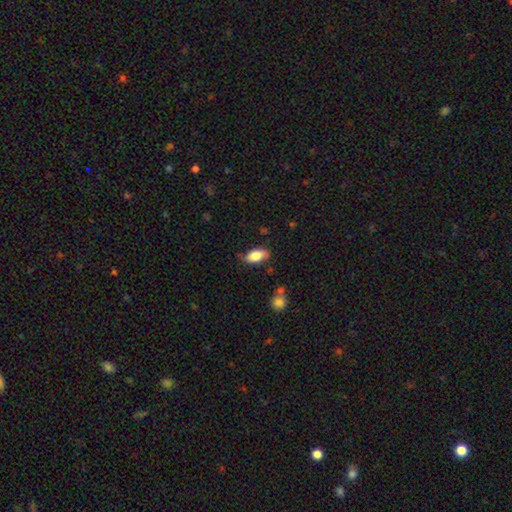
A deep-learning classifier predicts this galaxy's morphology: Smooth or featured?
  - smooth: 80% *
  - featured or disk: 13%
  - star or artifact: 7%
How rounded?
  - in between: 90% *
  - cigar-shaped: 7%
  - round: 3%
Merging?
  - none: 75% *
  - minor disturbance: 19%
  - major disturbance: 4%
  - merger: 2%